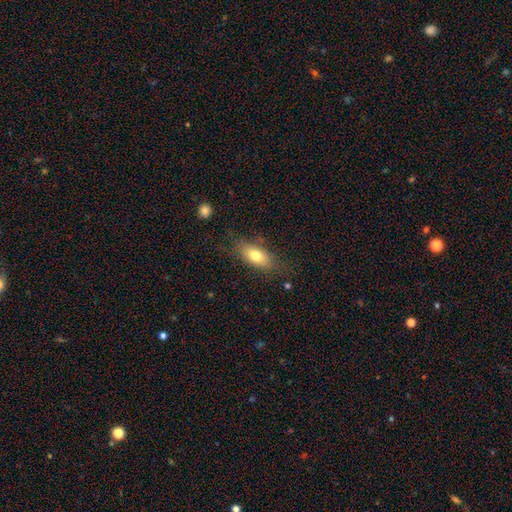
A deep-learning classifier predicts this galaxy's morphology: smooth 74%, featured or disk 18%, star or artifact 8%. Down the decision tree: how rounded — in between (80%); merging — none (74%).